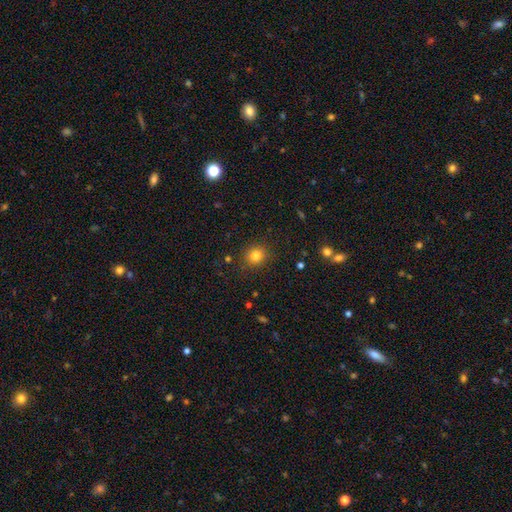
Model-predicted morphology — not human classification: This appears to be a smooth galaxy with no disk features (82%) that is round (84%). Merging: none (88%).